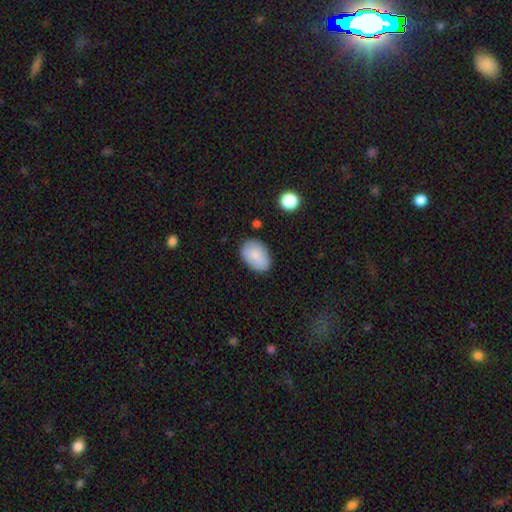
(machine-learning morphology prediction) A smooth galaxy with no disk features (84%) that is in between round and cigar-shaped (87%). Merging: none (77%).